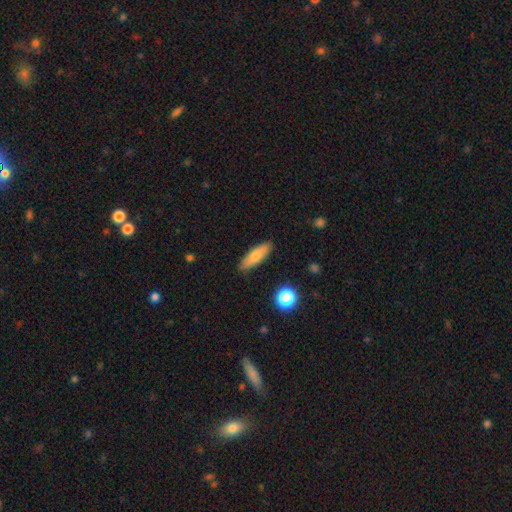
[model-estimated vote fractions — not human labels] This appears to be a smooth galaxy with no disk features (76%) that is cigar-shaped (49%). Merging: none (87%).